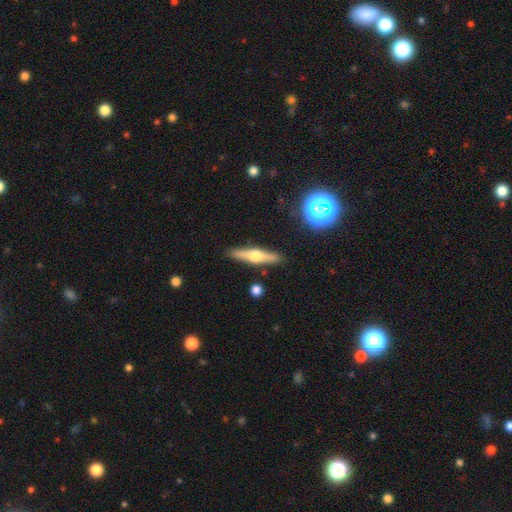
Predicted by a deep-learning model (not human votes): featured or disk 59%, smooth 34%, star or artifact 7%. Down the decision tree: edge-on disk — yes (95%); edge-on bulge — rounded (92%); merging — none (88%).